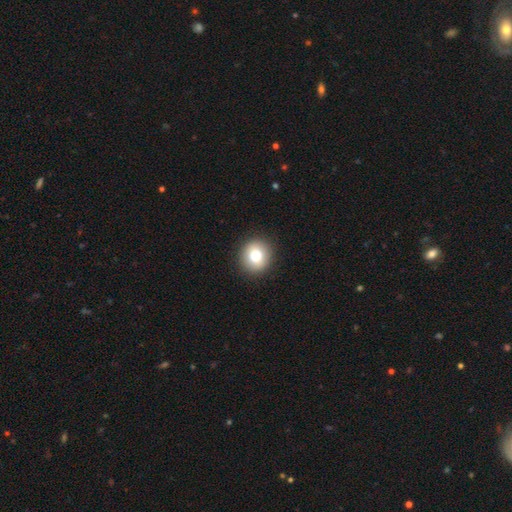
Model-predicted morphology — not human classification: Q: Smooth or featured?
A: smooth (79%); runner-up: featured or disk (12%)
Q: How rounded?
A: round (84%); runner-up: in between (16%)
Q: Merging?
A: none (91%); runner-up: minor disturbance (6%)